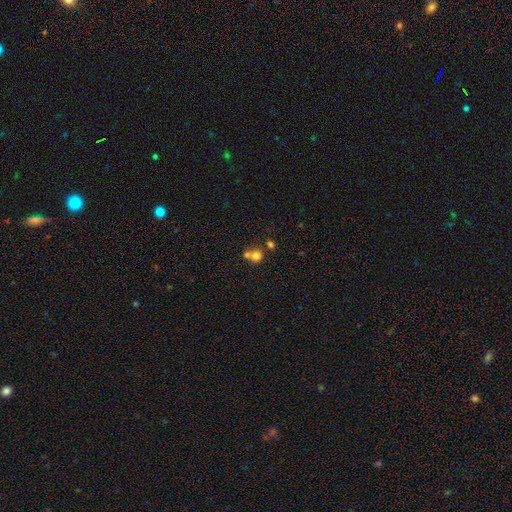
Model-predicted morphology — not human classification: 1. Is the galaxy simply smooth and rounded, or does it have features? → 73% smooth, 15% star or artifact, 12% featured or disk.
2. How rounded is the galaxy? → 87% round, 12% in between, 1% cigar-shaped.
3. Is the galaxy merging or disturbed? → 47% none, 43% merger, 6% minor disturbance, 3% major disturbance.